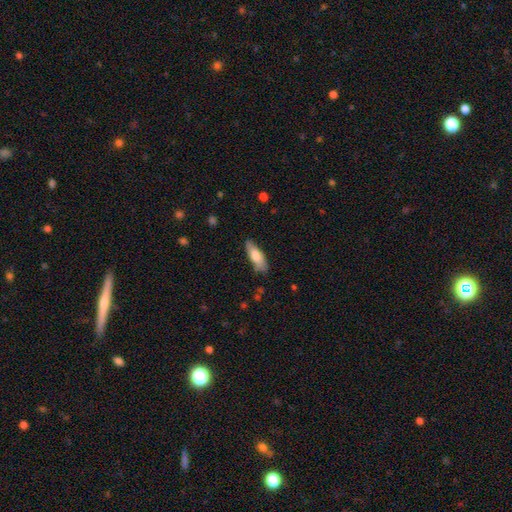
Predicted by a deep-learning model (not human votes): smooth 73%, featured or disk 21%, star or artifact 6%. Down the decision tree: how rounded — in between (59%); merging — none (79%).